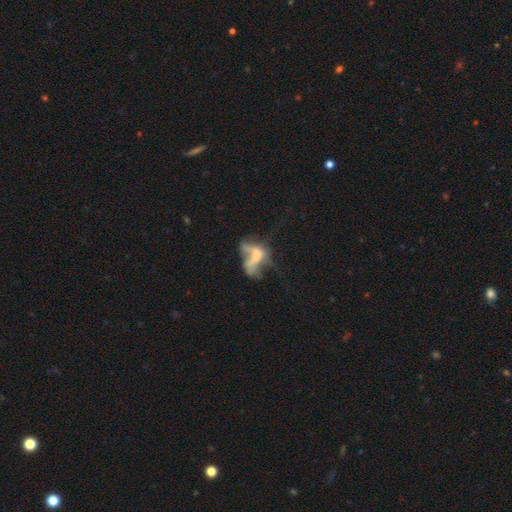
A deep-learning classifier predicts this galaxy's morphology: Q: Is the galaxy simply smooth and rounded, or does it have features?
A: featured or disk — 49%.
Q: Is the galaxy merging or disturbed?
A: major disturbance — 47%.